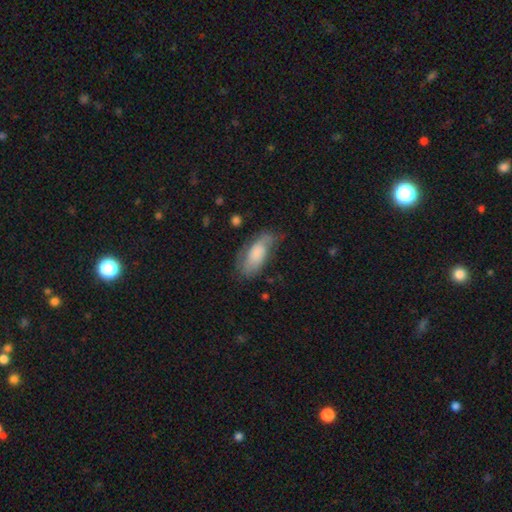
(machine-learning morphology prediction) Q: Smooth or featured?
A: smooth (62%); runner-up: featured or disk (31%)
Q: How rounded?
A: in between (84%); runner-up: cigar-shaped (13%)
Q: Merging?
A: none (50%); runner-up: minor disturbance (33%)